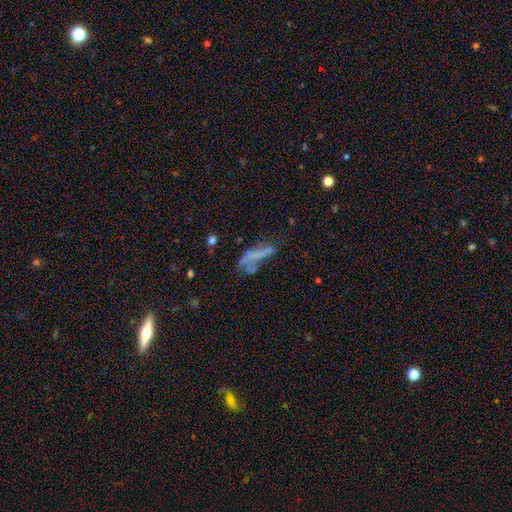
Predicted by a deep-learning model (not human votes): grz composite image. It shows a smooth galaxy with no disk features (42%). Merging: major disturbance (32%).